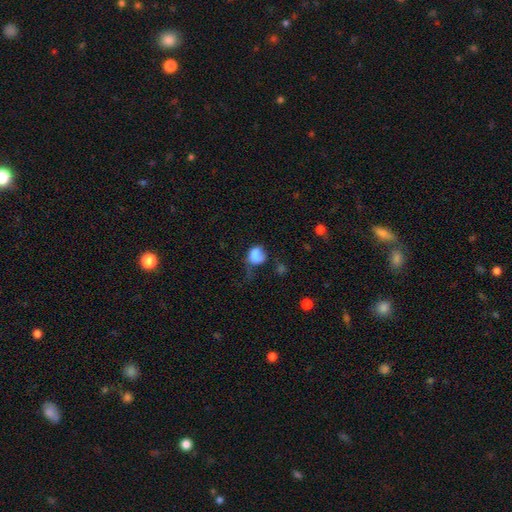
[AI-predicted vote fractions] smooth_or_featured: smooth (p=0.77) [alt: featured or disk p=0.13]
how_rounded: round (p=0.51) [alt: in between p=0.47]
merging: minor disturbance (p=0.33) [alt: major disturbance p=0.29]